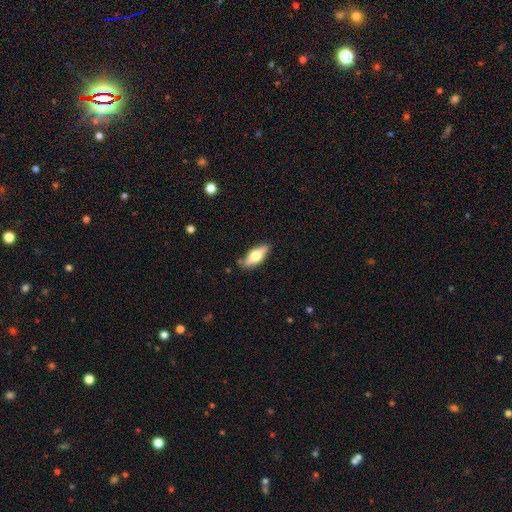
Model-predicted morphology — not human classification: Q: Smooth or featured?
A: smooth (61%); runner-up: featured or disk (33%)
Q: How rounded?
A: in between (68%); runner-up: cigar-shaped (29%)
Q: Merging?
A: none (84%); runner-up: minor disturbance (12%)